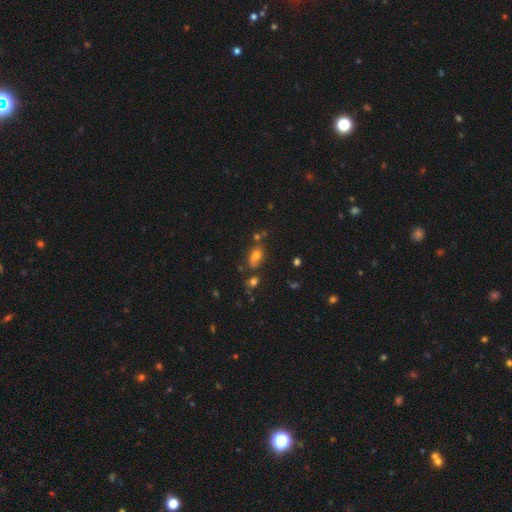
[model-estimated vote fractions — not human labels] Overall: smooth (71%). How rounded: in between (80%). Merging: none (55%; minor disturbance 21%).